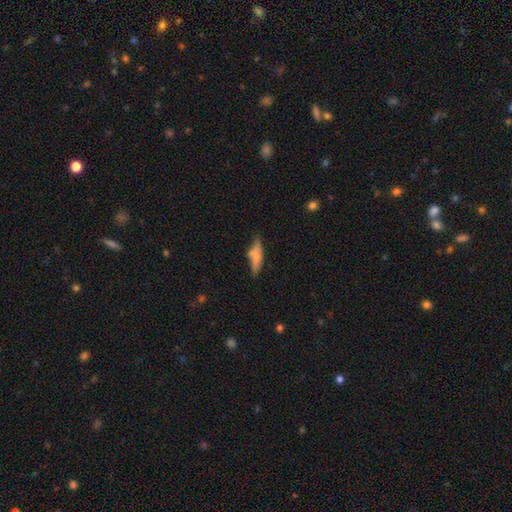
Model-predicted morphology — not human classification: Smooth or featured: smooth — 67% (featured or disk — 26%)
How rounded: cigar-shaped — 67% (in between — 30%)
Merging: none — 63% (minor disturbance — 23%)